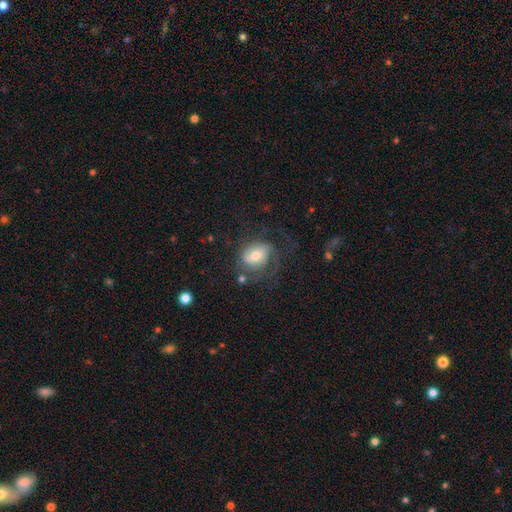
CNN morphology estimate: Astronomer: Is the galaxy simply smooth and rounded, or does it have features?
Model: featured or disk — 58% (runner-up: smooth, 33%).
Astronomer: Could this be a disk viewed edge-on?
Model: no — 97%.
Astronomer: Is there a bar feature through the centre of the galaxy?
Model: no — 52% (runner-up: weak, 37%).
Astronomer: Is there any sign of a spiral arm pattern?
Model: yes — 80%.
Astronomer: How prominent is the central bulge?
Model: moderate — 60%.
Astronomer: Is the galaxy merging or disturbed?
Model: none — 48% (runner-up: major disturbance, 29%).